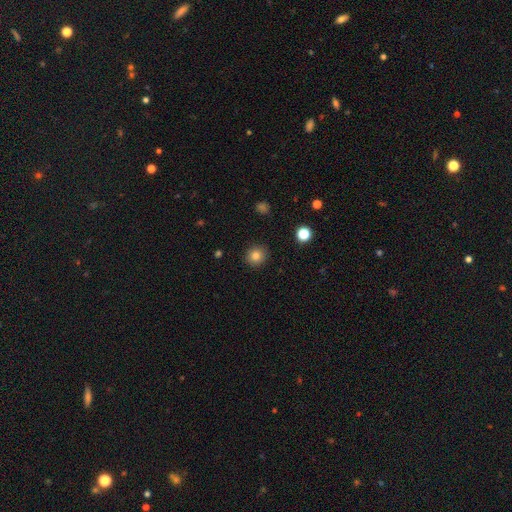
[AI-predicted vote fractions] Smooth or featured? Predicted: smooth (p=0.82). How rounded? Predicted: round (p=0.90). Merging? Predicted: none (p=0.90).